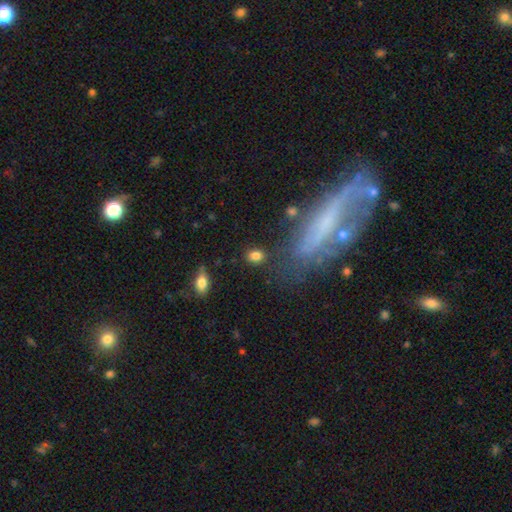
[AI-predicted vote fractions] Smooth or featured? Predicted: smooth (p=0.82). How rounded? Predicted: in between (p=0.63). Merging? Predicted: none (p=0.82).